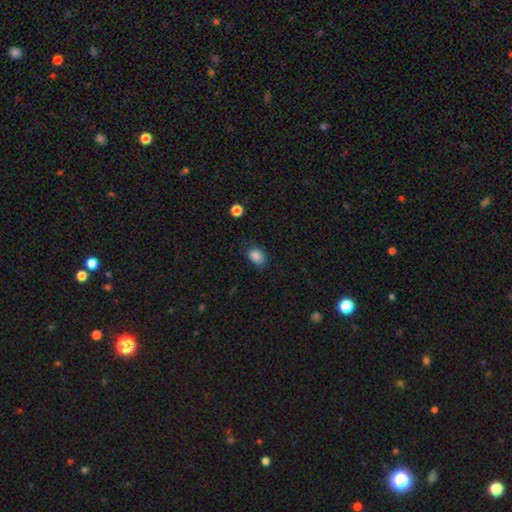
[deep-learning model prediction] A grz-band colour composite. It shows a smooth galaxy with no disk features (86%) that is in between round and cigar-shaped (78%). Merging: none (75%).